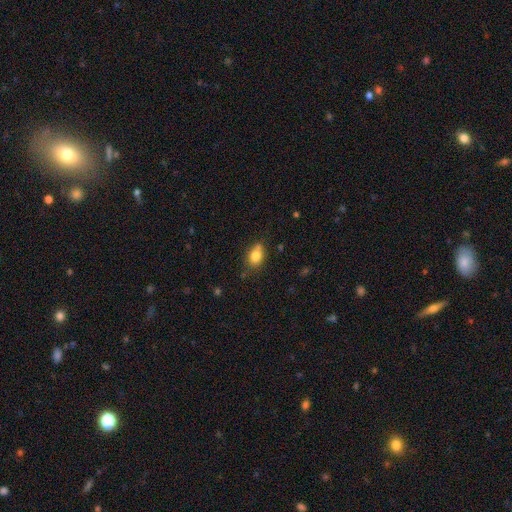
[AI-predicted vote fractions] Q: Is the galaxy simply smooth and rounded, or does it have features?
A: smooth — 81%.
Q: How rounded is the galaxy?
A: in between — 70%.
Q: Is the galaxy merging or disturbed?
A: none — 64%.